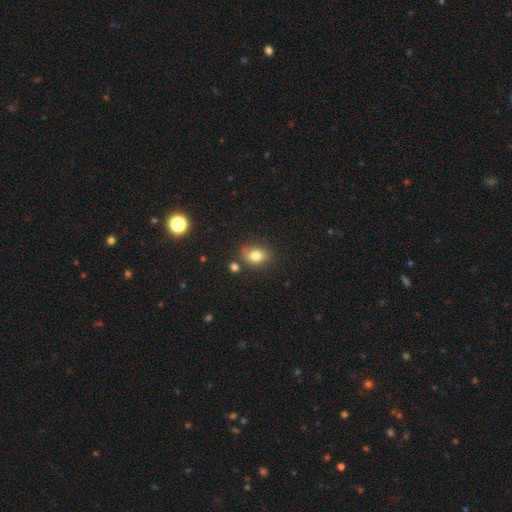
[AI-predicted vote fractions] Overall: smooth (79%). How rounded: in between (64%; round 35%). Merging: none (73%).